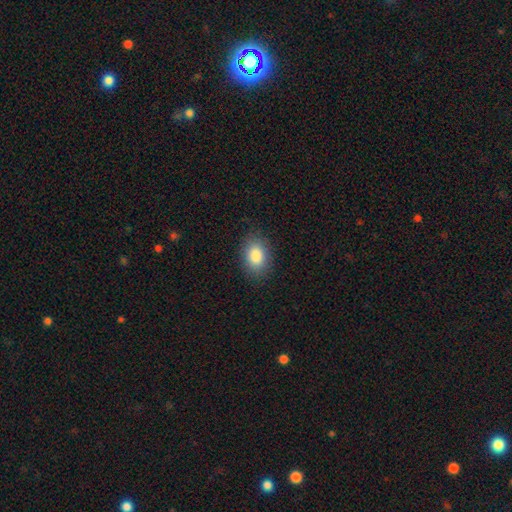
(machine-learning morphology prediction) Smooth or featured?
  - smooth: 86% *
  - star or artifact: 8%
  - featured or disk: 6%
How rounded?
  - in between: 81% *
  - round: 18%
  - cigar-shaped: 1%
Merging?
  - none: 85% *
  - minor disturbance: 11%
  - major disturbance: 3%
  - merger: 1%